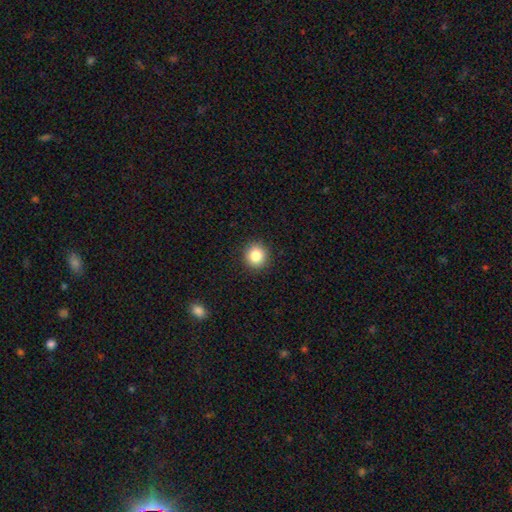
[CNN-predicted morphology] smooth_or_featured: smooth (p=0.85) [alt: star or artifact p=0.10]
how_rounded: round (p=0.91) [alt: in between p=0.08]
merging: none (p=0.92) [alt: minor disturbance p=0.06]